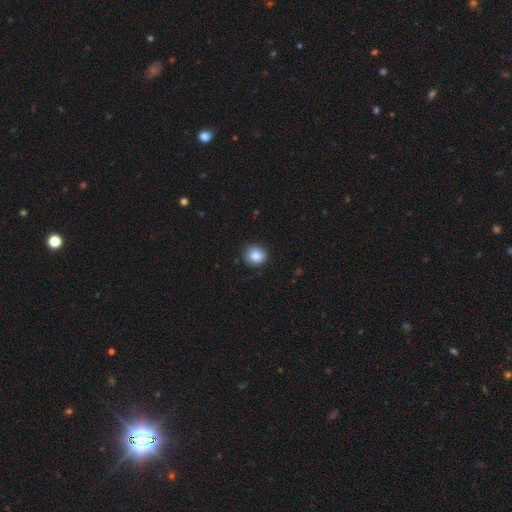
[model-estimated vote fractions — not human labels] A smooth galaxy with no disk features (86%) that is round (82%).

Vote fractions:
- Smooth or featured? smooth: 86% / star or artifact: 9% / featured or disk: 5%
- How rounded? round: 82% / in between: 17% / cigar-shaped: 1%
- Merging? none: 83% / minor disturbance: 13% / major disturbance: 2% / merger: 1%